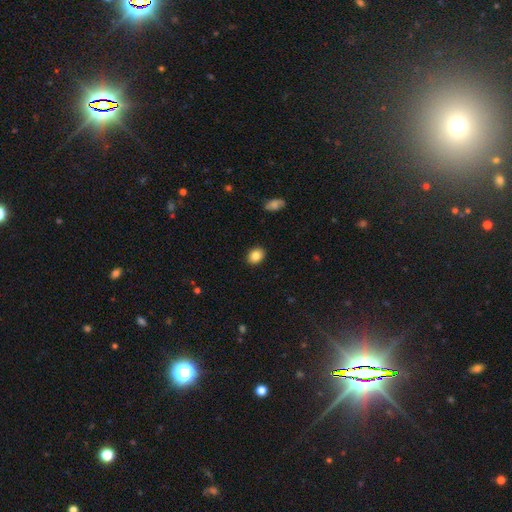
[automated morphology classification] The model was most divided on "how rounded": in between: 58%, round: 41%, cigar-shaped: 1%. More confident: merging — none (90%); smooth or featured — smooth (86%).